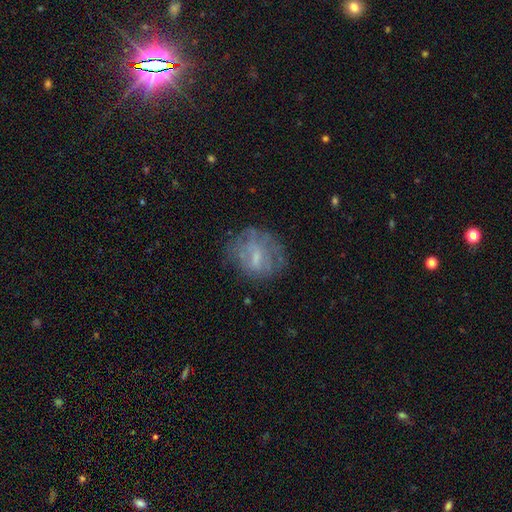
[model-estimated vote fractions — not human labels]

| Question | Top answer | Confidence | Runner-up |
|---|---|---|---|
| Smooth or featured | featured or disk | 53% | smooth (35%) |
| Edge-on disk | no | 97% | yes (3%) |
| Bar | weak | 46% | no (43%) |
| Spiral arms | no | 64% | yes (36%) |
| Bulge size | small | 42% | moderate (28%) |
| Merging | none | 61% | minor disturbance (20%) |